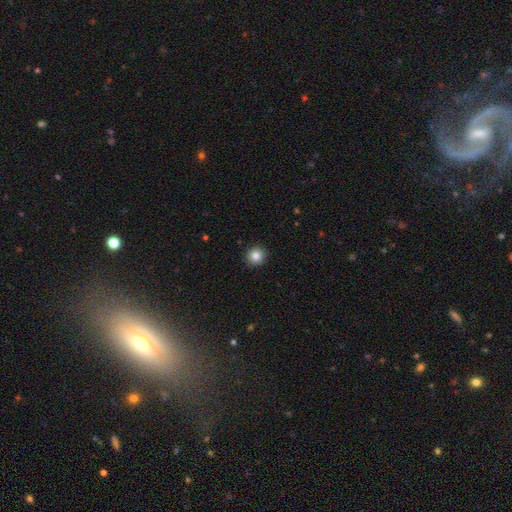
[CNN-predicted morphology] Overall: smooth (85%). How rounded: round (93%). Merging: none (92%).